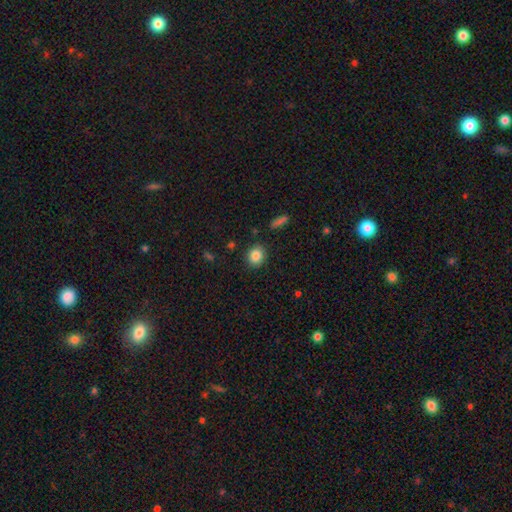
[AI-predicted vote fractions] smooth_or_featured: smooth (p=0.85) [alt: star or artifact p=0.09]
how_rounded: round (p=0.71) [alt: in between p=0.28]
merging: none (p=0.87) [alt: minor disturbance p=0.08]